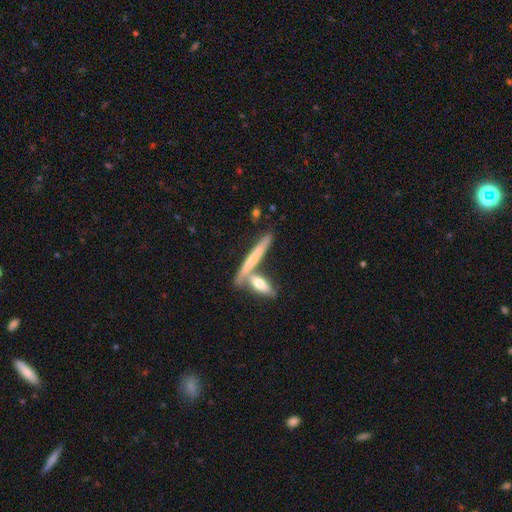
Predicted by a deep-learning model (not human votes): Smooth or featured?
  - featured or disk: 51% *
  - smooth: 39%
  - star or artifact: 10%
Edge-on disk?
  - yes: 89% *
  - no: 11%
Merging?
  - none: 58% *
  - merger: 28%
  - minor disturbance: 9%
  - major disturbance: 4%